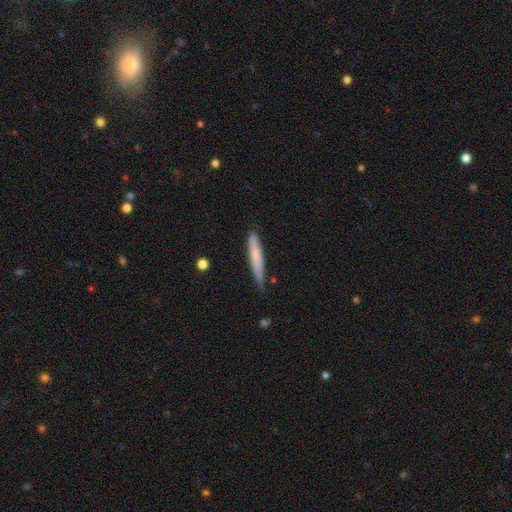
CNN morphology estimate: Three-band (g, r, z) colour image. It shows a smooth galaxy with no disk features (70%) that is cigar-shaped (93%). Merging: none (77%).